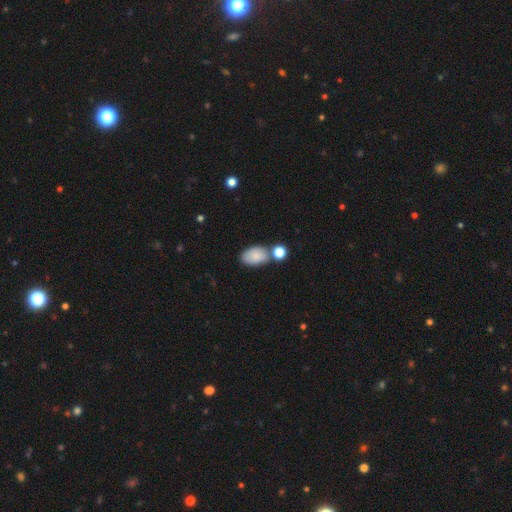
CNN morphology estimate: A smooth galaxy with no disk features (84%) that is in between round and cigar-shaped (91%).

Vote fractions:
- Smooth or featured? smooth: 84% / featured or disk: 9% / star or artifact: 8%
- How rounded? in between: 91% / round: 8% / cigar-shaped: 2%
- Merging? none: 59% / merger: 20% / minor disturbance: 16% / major disturbance: 5%